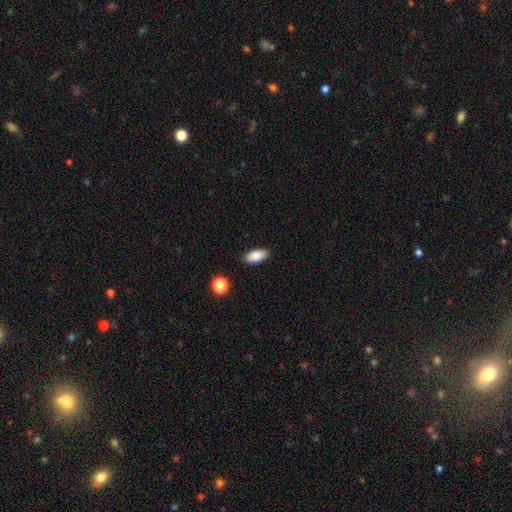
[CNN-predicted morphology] This appears to be a smooth galaxy with no disk features (86%) that is in between round and cigar-shaped (90%). Merging: none (87%).